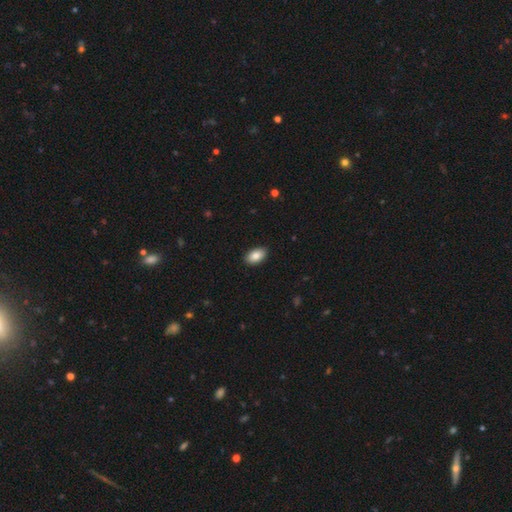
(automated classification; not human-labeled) Q: Smooth or featured?
A: smooth (85%); runner-up: featured or disk (7%)
Q: How rounded?
A: in between (93%); runner-up: round (6%)
Q: Merging?
A: none (88%); runner-up: minor disturbance (9%)